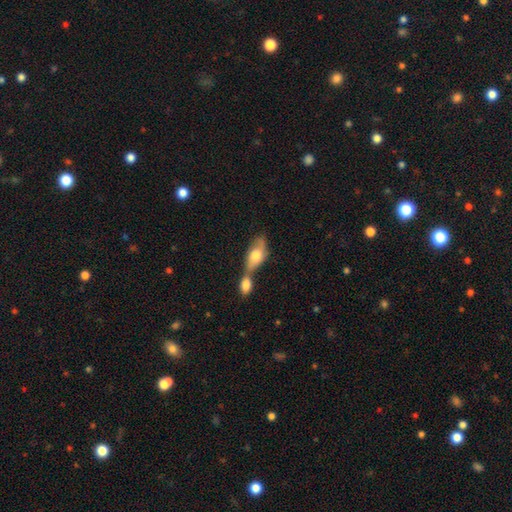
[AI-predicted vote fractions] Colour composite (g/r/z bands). It shows a smooth galaxy with no disk features (65%) that is in between round and cigar-shaped (85%). Merging: merger (61%).